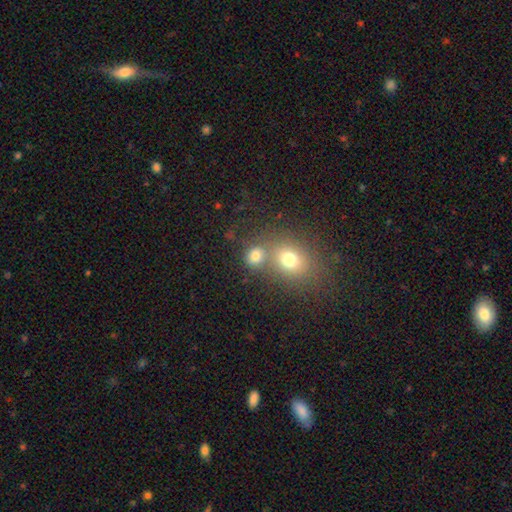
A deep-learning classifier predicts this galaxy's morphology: type=smooth (75%); roundness=round (68%); merging=none (50%).